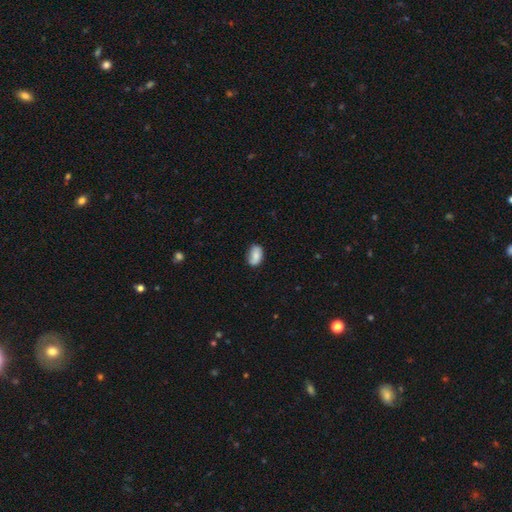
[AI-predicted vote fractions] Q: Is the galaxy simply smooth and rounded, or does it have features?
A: smooth — 77%.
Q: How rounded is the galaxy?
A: in between — 87%.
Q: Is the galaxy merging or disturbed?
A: none — 72%.